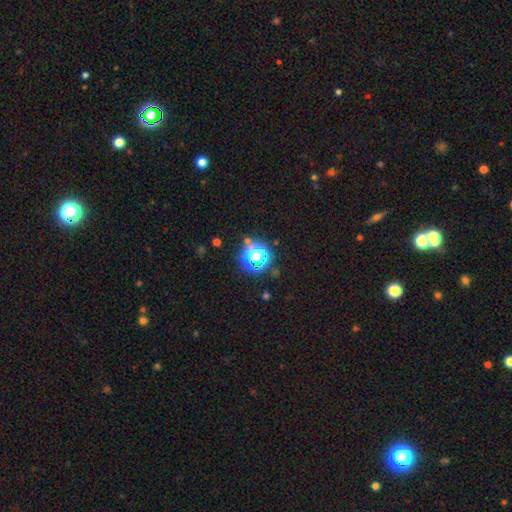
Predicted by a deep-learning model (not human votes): Smooth or featured?
  - star or artifact: 62% *
  - smooth: 30%
  - featured or disk: 8%